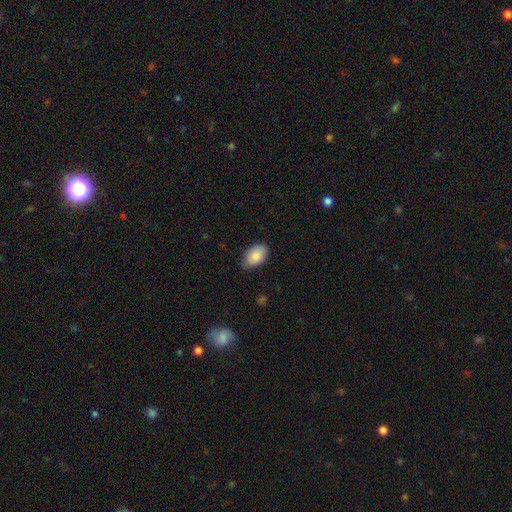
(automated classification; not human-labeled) Morphology: type=smooth (88%); roundness=in between (92%); merging=none (79%).